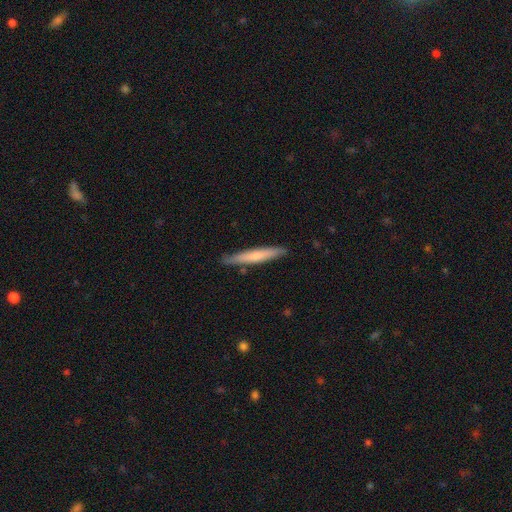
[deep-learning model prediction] A smooth galaxy with no disk features (63%) that is cigar-shaped (95%).

Vote fractions:
- Smooth or featured? smooth: 63% / featured or disk: 32% / star or artifact: 5%
- How rounded? cigar-shaped: 95% / in between: 4% / round: 1%
- Merging? none: 85% / minor disturbance: 11% / merger: 2% / major disturbance: 2%